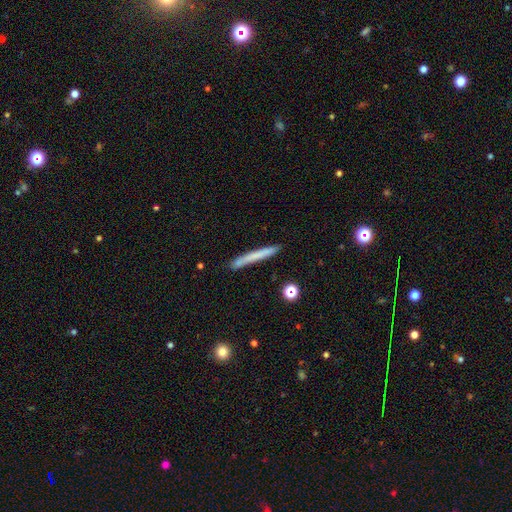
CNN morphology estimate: Overall: smooth (65%; featured or disk 28%). How rounded: cigar-shaped (97%). Merging: none (84%).